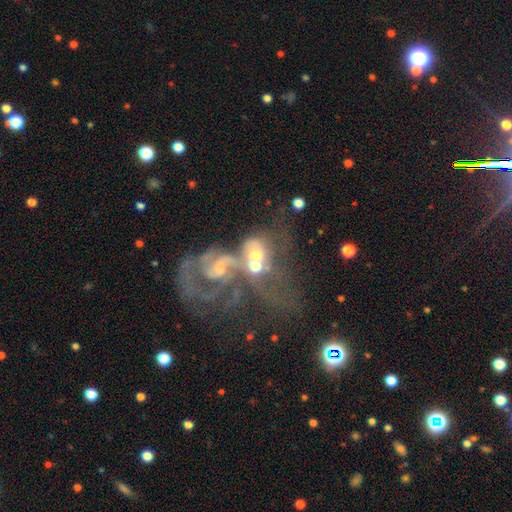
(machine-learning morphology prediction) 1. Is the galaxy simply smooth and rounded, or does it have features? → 67% featured or disk, 20% smooth, 13% star or artifact.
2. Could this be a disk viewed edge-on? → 97% no, 3% yes.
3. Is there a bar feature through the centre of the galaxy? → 68% no, 24% weak, 8% strong.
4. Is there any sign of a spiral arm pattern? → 69% yes, 31% no.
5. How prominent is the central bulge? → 47% moderate, 32% small, 11% none, 7% large, 2% dominant.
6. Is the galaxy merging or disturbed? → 68% merger, 17% major disturbance, 10% none, 6% minor disturbance.